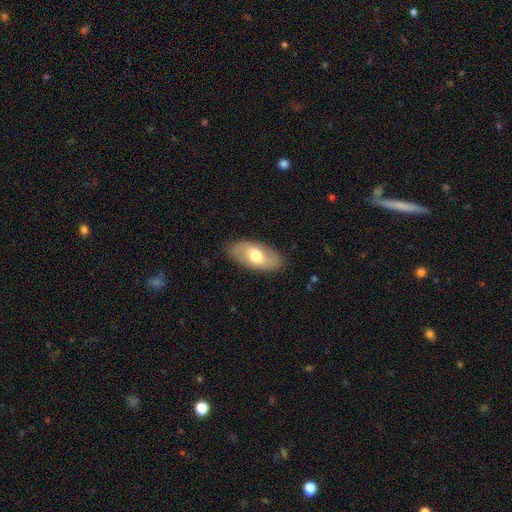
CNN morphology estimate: smooth-or-featured: smooth: 58% | featured or disk: 36% | star or artifact: 6%
  how-rounded: in between: 92% | cigar-shaped: 4% | round: 4%
  merging: none: 86% | minor disturbance: 11% | major disturbance: 3% | merger: 1%